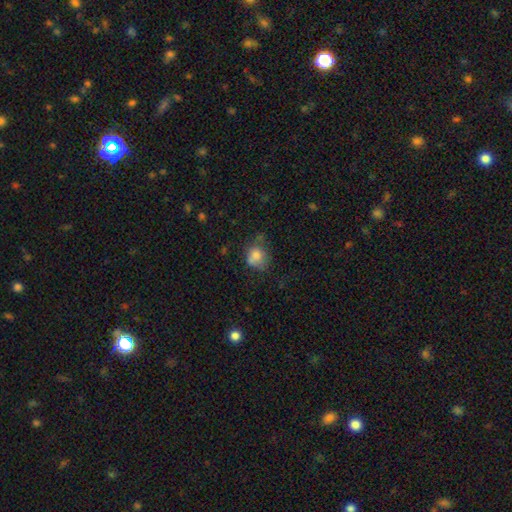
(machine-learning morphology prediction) Overall: smooth (76%). How rounded: round (63%; in between 36%). Merging: none (45%; minor disturbance 28%).